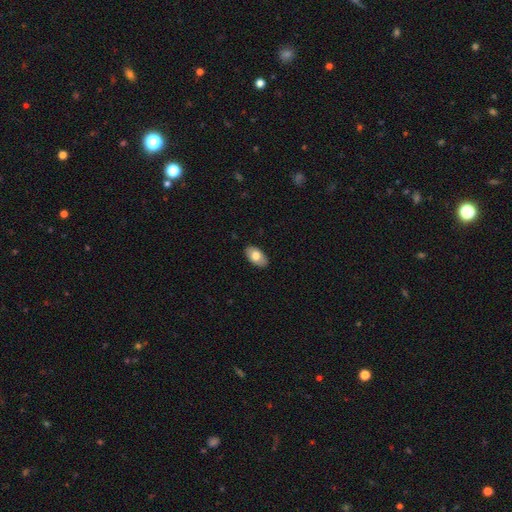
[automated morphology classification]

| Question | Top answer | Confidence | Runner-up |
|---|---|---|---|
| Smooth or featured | smooth | 75% | featured or disk (19%) |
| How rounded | in between | 94% | round (4%) |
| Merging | none | 87% | minor disturbance (10%) |